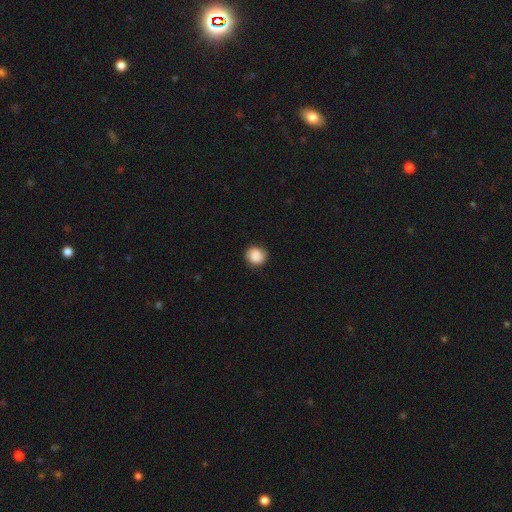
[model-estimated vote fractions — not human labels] Overall: smooth (88%). How rounded: round (84%). Merging: none (86%).